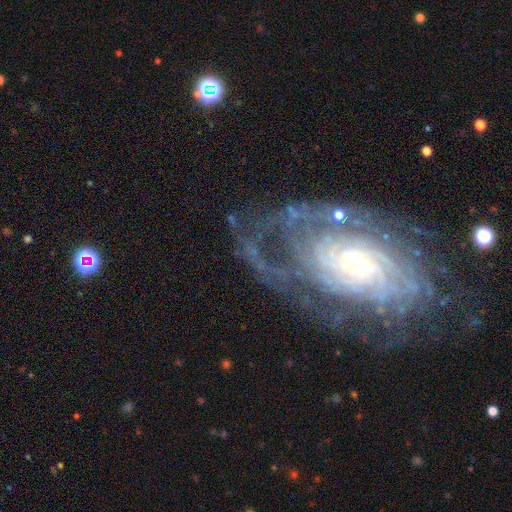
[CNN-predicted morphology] Smooth or featured: featured or disk — 84% (smooth — 9%)
Edge-on disk: no — 95% (yes — 5%)
Bar: no — 73% (weak — 20%)
Spiral arms: yes — 94% (no — 6%)
Spiral winding: tight — 73% (medium — 21%)
Spiral arm count: can't tell — 41% (more than 4 — 14%)
Bulge size: small — 70% (moderate — 21%)
Merging: none — 71% (minor disturbance — 16%)